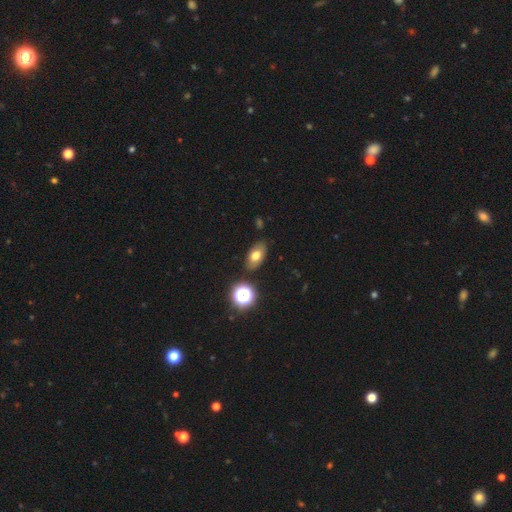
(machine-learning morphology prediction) smooth 71%, featured or disk 16%, star or artifact 13%. Down the decision tree: how rounded — in between (85%); merging — none (84%).